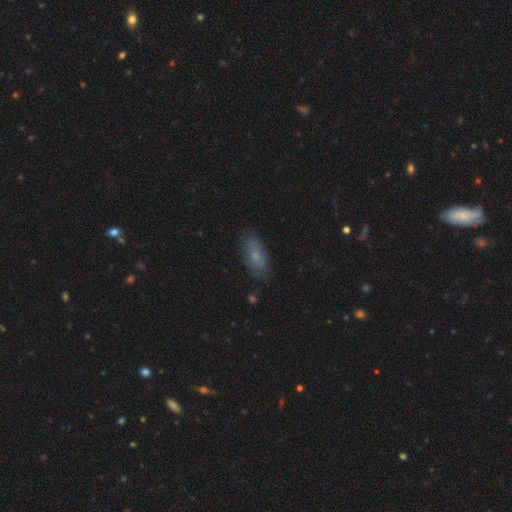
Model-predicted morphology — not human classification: smooth-or-featured: smooth: 69% | featured or disk: 21% | star or artifact: 10%
  how-rounded: in between: 80% | cigar-shaped: 17% | round: 3%
  merging: none: 78% | minor disturbance: 16% | major disturbance: 4% | merger: 2%